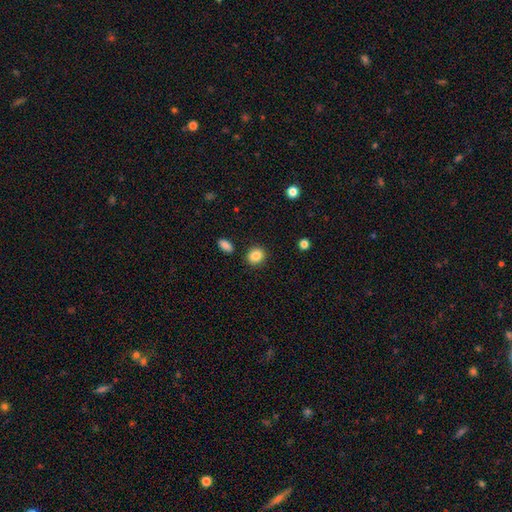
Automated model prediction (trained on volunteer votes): smooth 87%, star or artifact 9%, featured or disk 4%. Down the decision tree: how rounded — round (71%); merging — none (88%).